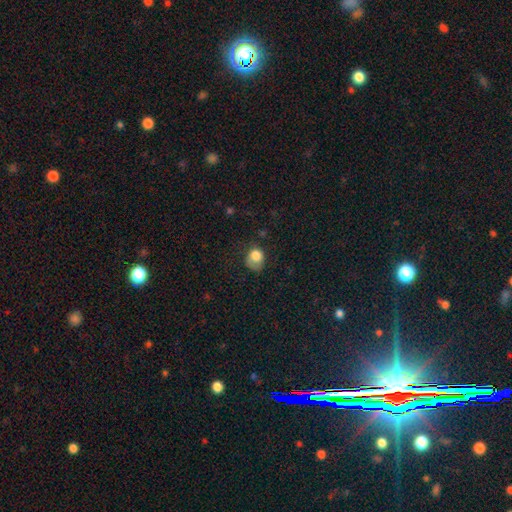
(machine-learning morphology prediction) smooth-or-featured: smooth: 80% | featured or disk: 11% | star or artifact: 9%
  how-rounded: round: 56% | in between: 43% | cigar-shaped: 1%
  merging: none: 35% (tied) | minor disturbance: 35% (tied) | major disturbance: 27% | merger: 2%